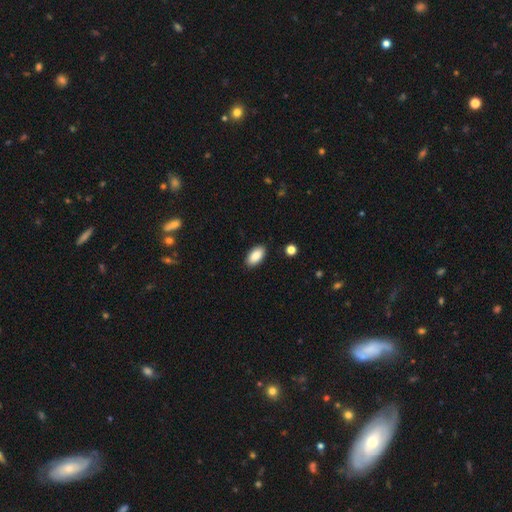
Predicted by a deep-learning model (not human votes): smooth 88%, star or artifact 7%, featured or disk 5%. Down the decision tree: how rounded — in between (94%); merging — none (89%).